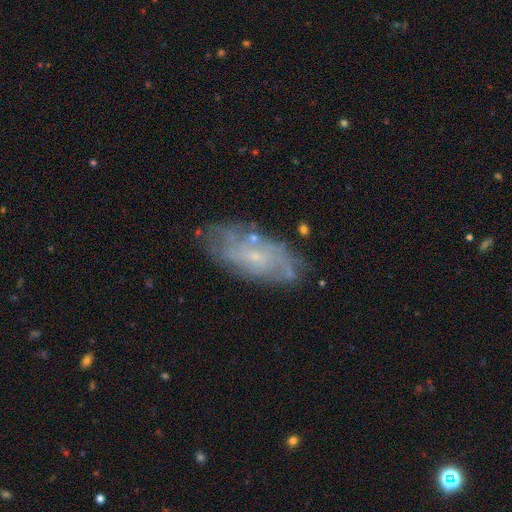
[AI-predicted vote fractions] This is likely a featured or disk galaxy (67%). It is clearly not viewed edge-on (90%). Bar: likely no (72%). Spiral arm pattern: likely yes (71%). Central bulge: likely small (77%). Merging: likely none (72%).